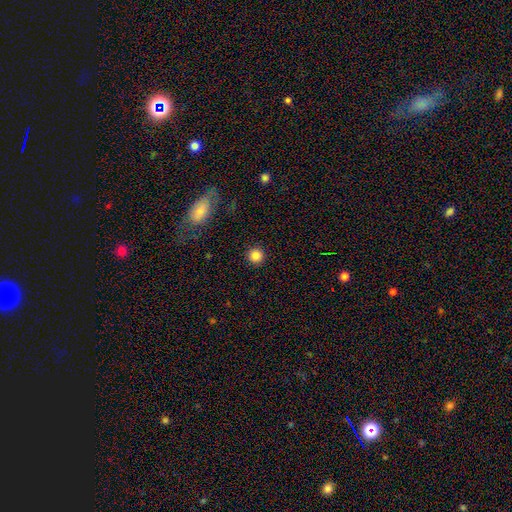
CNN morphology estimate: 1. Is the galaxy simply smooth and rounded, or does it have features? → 85% smooth, 11% star or artifact, 4% featured or disk.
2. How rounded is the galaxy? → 95% round, 4% in between, 1% cigar-shaped.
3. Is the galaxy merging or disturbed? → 92% none, 5% minor disturbance, 2% major disturbance, 1% merger.